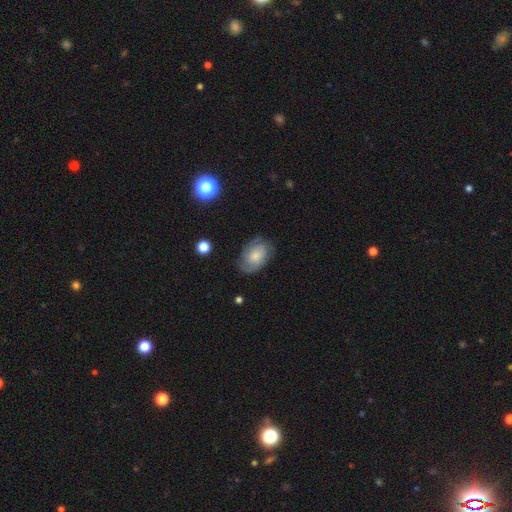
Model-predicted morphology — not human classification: Smooth or featured? Predicted: featured or disk (p=0.50). Edge-on disk? Predicted: no (p=0.96). Merging? Predicted: none (p=0.71).